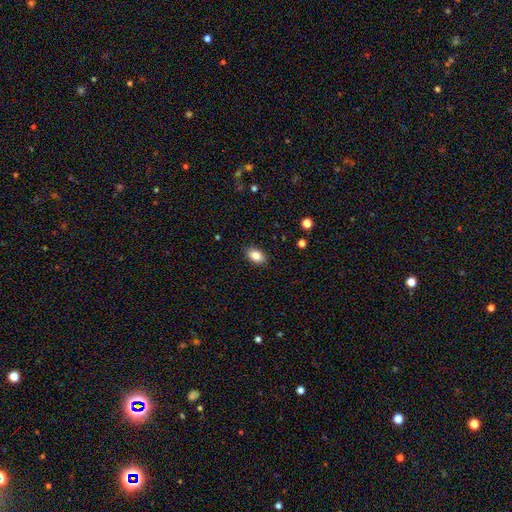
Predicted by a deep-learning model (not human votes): Smooth or featured? Predicted: smooth (p=0.85). How rounded? Predicted: in between (p=0.88). Merging? Predicted: none (p=0.89).